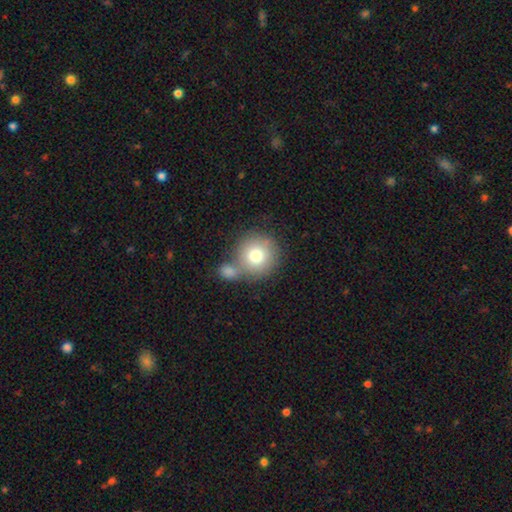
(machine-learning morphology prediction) This is likely a smooth galaxy (76%). How rounded: clearly round (93%). Merging: possibly none (56%).